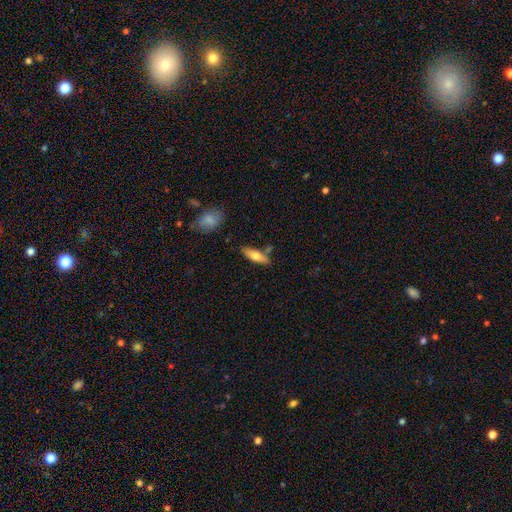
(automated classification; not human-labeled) Smooth or featured: smooth — 62% (featured or disk — 32%)
How rounded: cigar-shaped — 50% (in between — 48%)
Merging: none — 75% (minor disturbance — 14%)